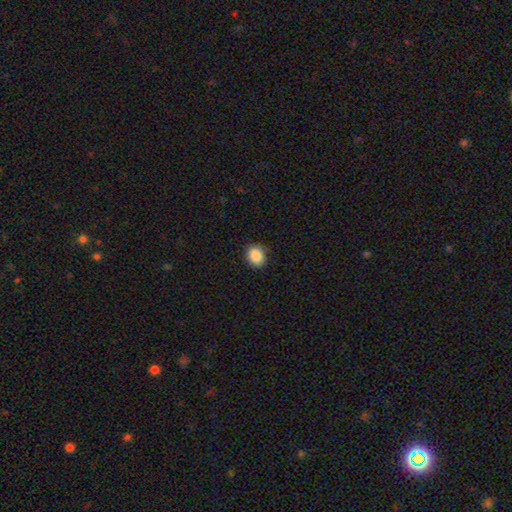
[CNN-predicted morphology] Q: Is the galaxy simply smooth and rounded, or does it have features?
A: smooth — 88%.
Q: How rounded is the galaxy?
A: round — 57%.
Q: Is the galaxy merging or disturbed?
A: none — 85%.